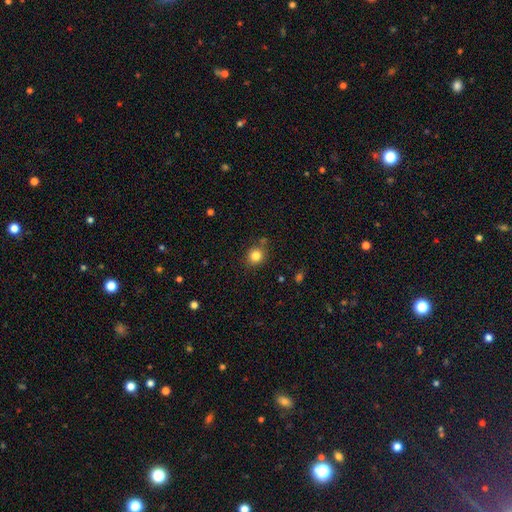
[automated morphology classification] Smooth or featured? Predicted: smooth (p=0.83). How rounded? Predicted: round (p=0.84). Merging? Predicted: none (p=0.80).